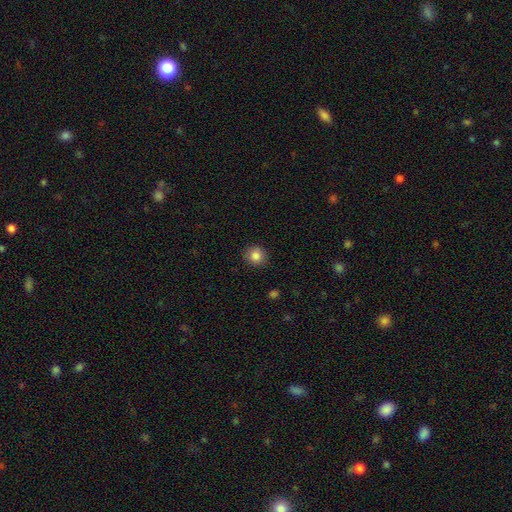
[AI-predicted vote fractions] Q: Smooth or featured?
A: smooth (85%); runner-up: star or artifact (10%)
Q: How rounded?
A: round (86%); runner-up: in between (13%)
Q: Merging?
A: none (89%); runner-up: minor disturbance (8%)